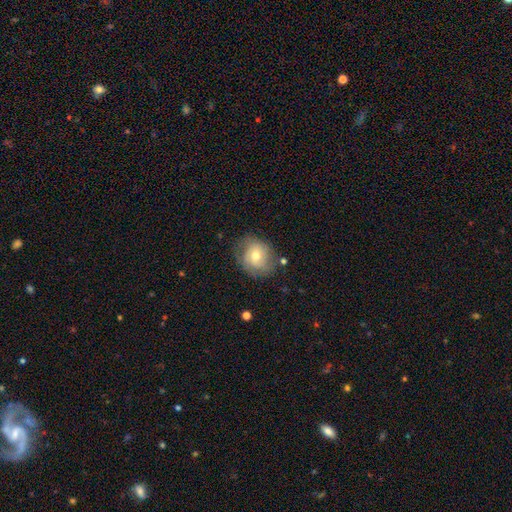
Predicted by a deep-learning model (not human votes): Q: Smooth or featured?
A: smooth (49%); runner-up: featured or disk (42%)
Q: Merging?
A: none (66%); runner-up: minor disturbance (23%)